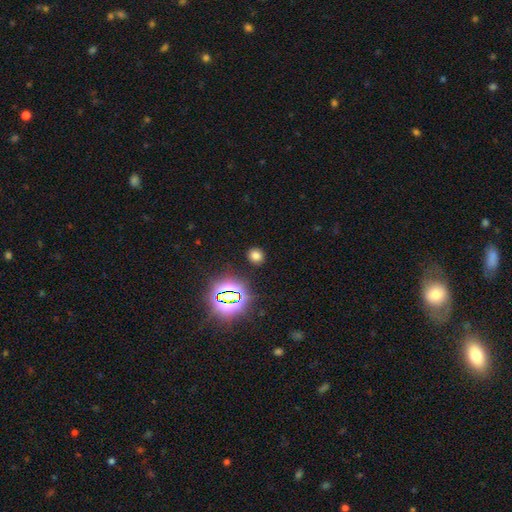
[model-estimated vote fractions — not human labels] Overall: smooth (69%). How rounded: round (72%). Merging: none (89%).